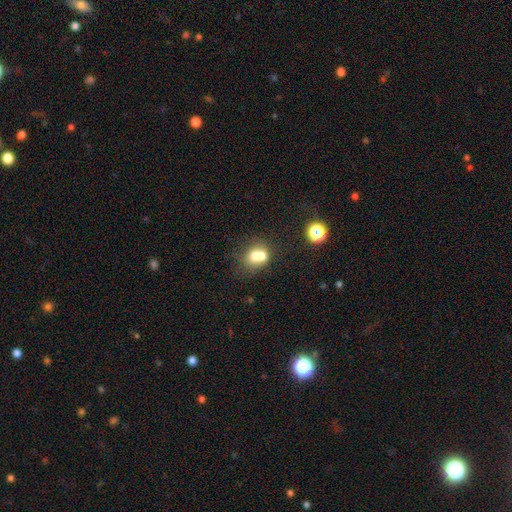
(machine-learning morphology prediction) smooth_or_featured: smooth (p=0.65) [alt: featured or disk p=0.21]
how_rounded: round (p=0.67) [alt: in between p=0.32]
merging: merger (p=0.58) [alt: none p=0.29]